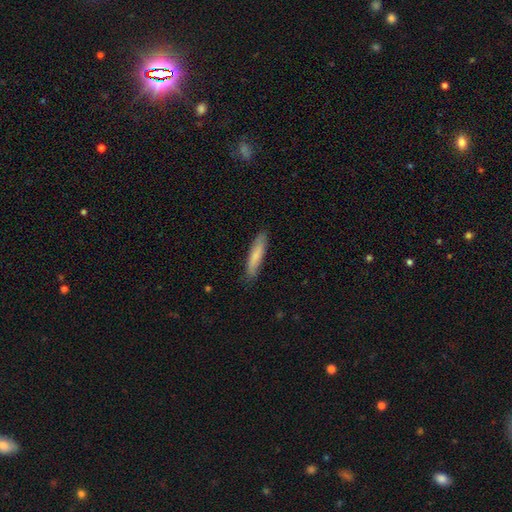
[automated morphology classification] This is likely a smooth galaxy (77%). How rounded: clearly cigar-shaped (83%). Merging: clearly none (85%).